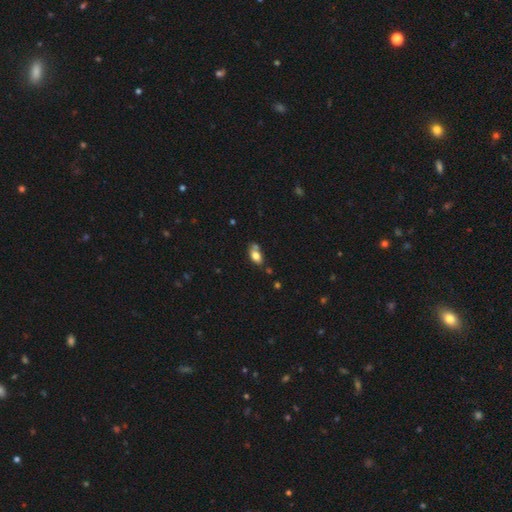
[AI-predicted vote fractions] This appears to be a smooth galaxy with no disk features (77%) that is in between round and cigar-shaped (87%). Merging: none (53%).